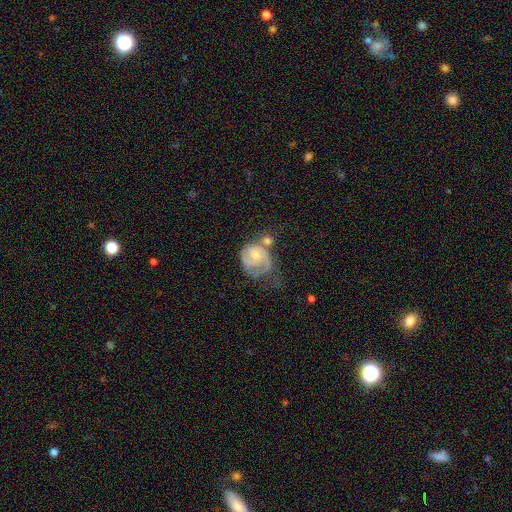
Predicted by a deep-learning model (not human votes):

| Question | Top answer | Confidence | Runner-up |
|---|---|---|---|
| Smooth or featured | featured or disk | 76% | smooth (18%) |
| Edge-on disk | no | 98% | yes (2%) |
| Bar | no | 70% | weak (26%) |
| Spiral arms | yes | 92% | no (8%) |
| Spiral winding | tight | 50% | medium (37%) |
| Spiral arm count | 2 | 49% | can't tell (18%) |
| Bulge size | small | 55% | moderate (34%) |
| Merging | none | 30% | major disturbance (26%) |